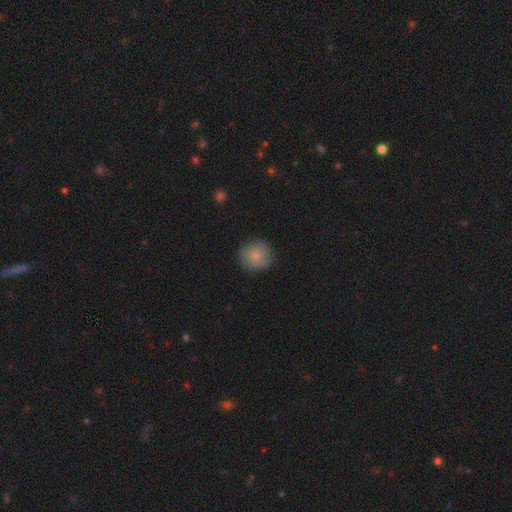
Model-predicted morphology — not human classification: This is likely a smooth galaxy (78%). How rounded: clearly round (89%). Merging: clearly none (82%).